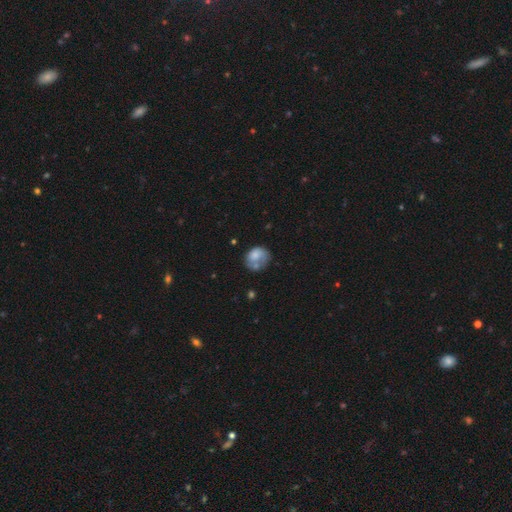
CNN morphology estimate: Smooth or featured: smooth — 64% (featured or disk — 28%)
How rounded: round — 53% (in between — 46%)
Merging: none — 36% (minor disturbance — 24%)